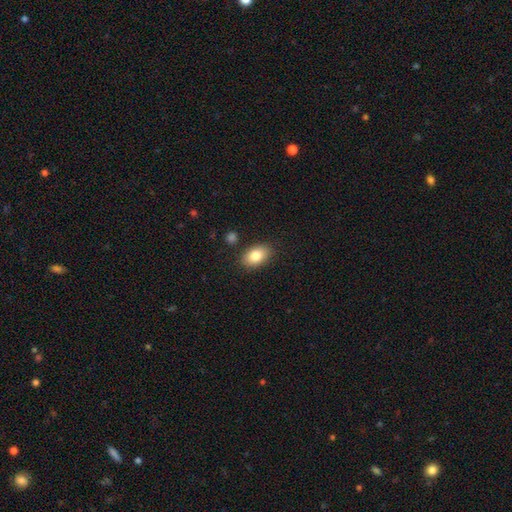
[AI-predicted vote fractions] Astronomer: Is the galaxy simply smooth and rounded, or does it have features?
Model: smooth — 83%.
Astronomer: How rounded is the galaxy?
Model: in between — 89%.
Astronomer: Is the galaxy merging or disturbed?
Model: none — 84%.